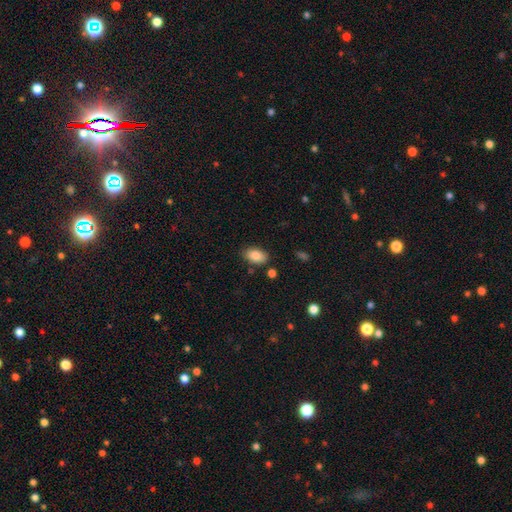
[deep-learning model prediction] Q: Smooth or featured?
A: smooth (87%); runner-up: star or artifact (7%)
Q: How rounded?
A: in between (92%); runner-up: round (7%)
Q: Merging?
A: none (82%); runner-up: minor disturbance (12%)